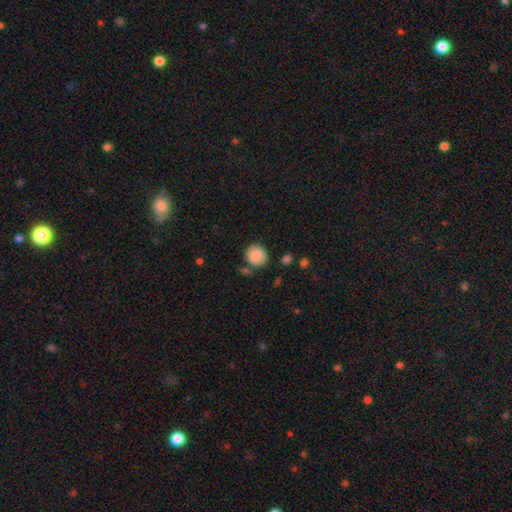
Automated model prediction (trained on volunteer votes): Q: Smooth or featured?
A: smooth (74%); runner-up: featured or disk (18%)
Q: How rounded?
A: round (83%); runner-up: in between (16%)
Q: Merging?
A: none (70%); runner-up: minor disturbance (18%)